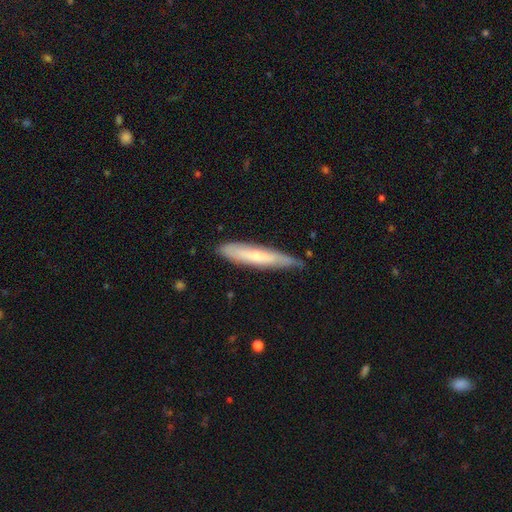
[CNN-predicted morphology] A smooth galaxy with no disk features (56%) that is cigar-shaped (90%).

Vote fractions:
- Smooth or featured? smooth: 56% / featured or disk: 38% / star or artifact: 6%
- How rounded? cigar-shaped: 90% / in between: 9% / round: 1%
- Merging? none: 73% / minor disturbance: 22% / major disturbance: 3% / merger: 2%